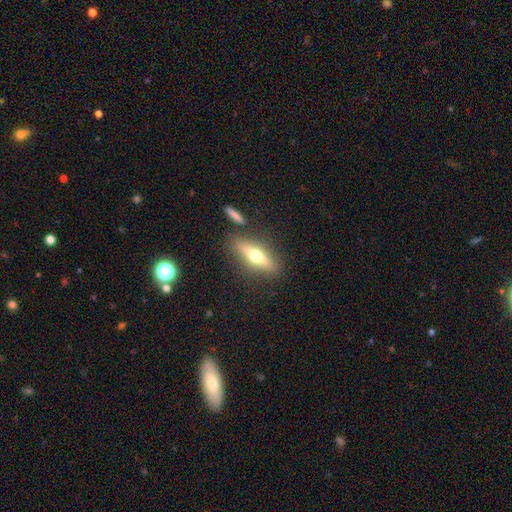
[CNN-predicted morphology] A smooth galaxy with no disk features (49%).

Vote fractions:
- Smooth or featured? smooth: 49% / featured or disk: 44% / star or artifact: 7%
- Merging? none: 82% / minor disturbance: 10% / merger: 5% / major disturbance: 3%